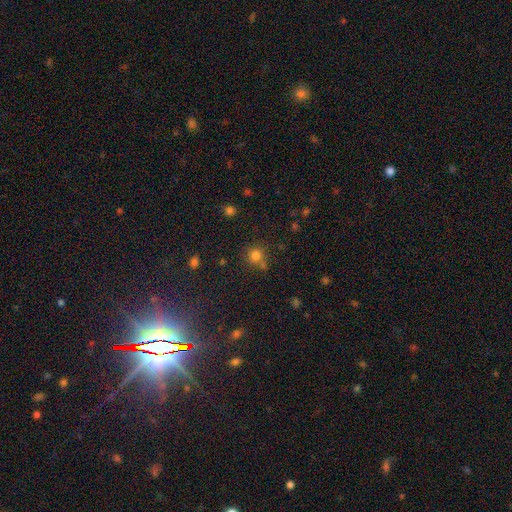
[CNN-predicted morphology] A smooth galaxy with no disk features (77%) that is round (87%). Merging: none (62%).